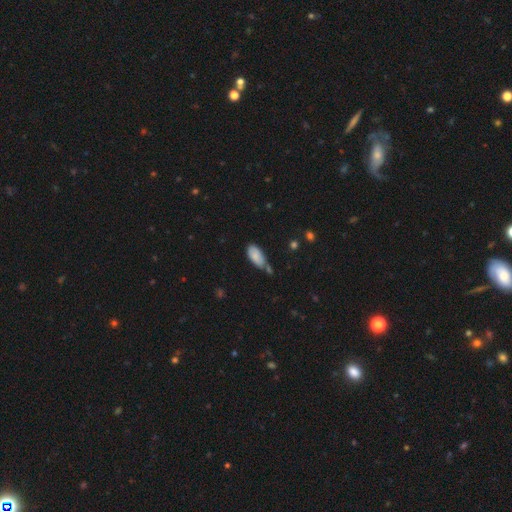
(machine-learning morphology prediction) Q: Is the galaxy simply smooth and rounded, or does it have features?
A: smooth — 82%.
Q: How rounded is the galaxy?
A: in between — 91%.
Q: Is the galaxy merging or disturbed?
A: none — 48%.